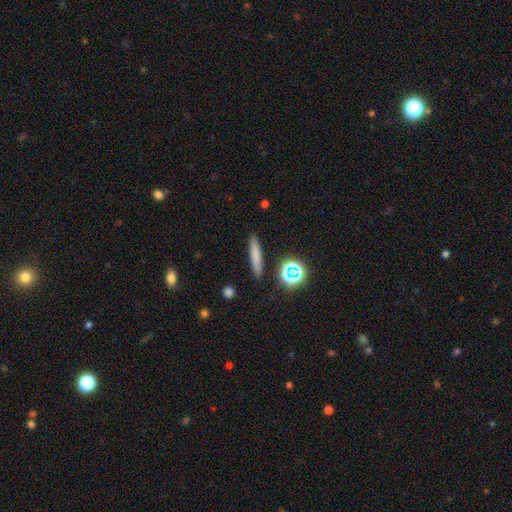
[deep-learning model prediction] A smooth galaxy with no disk features (74%) that is cigar-shaped (88%).

Vote fractions:
- Smooth or featured? smooth: 74% / featured or disk: 14% / star or artifact: 12%
- How rounded? cigar-shaped: 88% / in between: 8% / round: 4%
- Merging? none: 89% / minor disturbance: 7% / major disturbance: 2% / merger: 2%